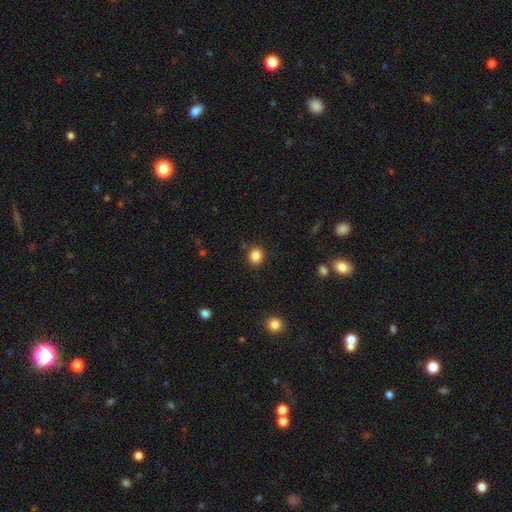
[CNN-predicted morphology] Overall: smooth (86%). How rounded: round (78%). Merging: none (87%).